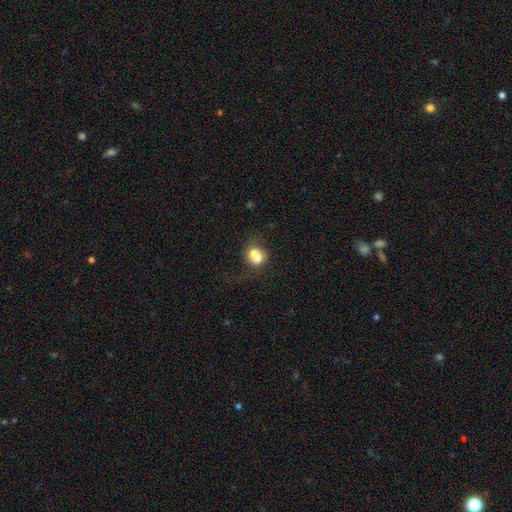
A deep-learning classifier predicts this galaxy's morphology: A smooth galaxy with no disk features (68%) that is round (63%).

Vote fractions:
- Smooth or featured? smooth: 68% / featured or disk: 22% / star or artifact: 10%
- How rounded? round: 63% / in between: 35% / cigar-shaped: 1%
- Merging? merger: 57% / none: 28% / minor disturbance: 10% / major disturbance: 6%